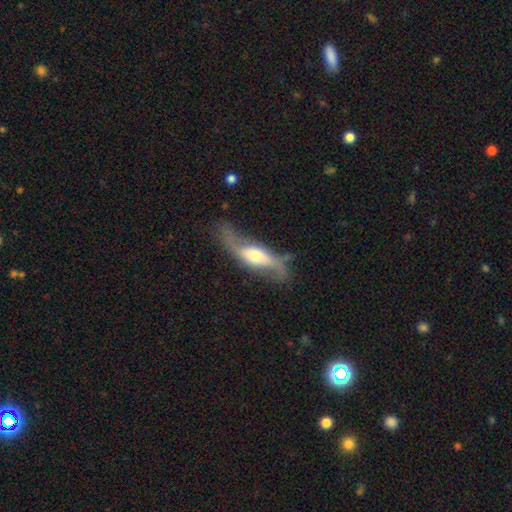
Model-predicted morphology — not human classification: smooth-or-featured: featured or disk: 73% | smooth: 21% | star or artifact: 5%
  disk-edge-on: no: 73% | yes: 27%
    bar: no: 51% | weak: 29% | strong: 19%
    has-spiral-arms: yes: 85% | no: 15%
    bulge-size: moderate: 62% | large: 18% | small: 16% | dominant: 3% | none: 2%
  merging: none: 60% | minor disturbance: 22% | major disturbance: 14% | merger: 3%